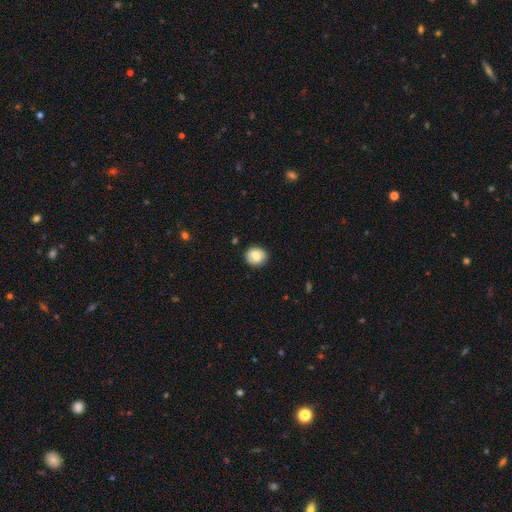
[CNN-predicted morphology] Overall: smooth (71%). How rounded: round (73%). Merging: none (84%).